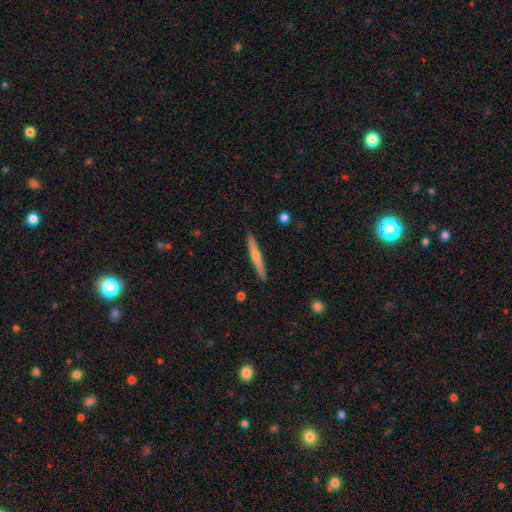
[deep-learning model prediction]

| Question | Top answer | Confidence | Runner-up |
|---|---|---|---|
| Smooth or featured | featured or disk | 49% | smooth (45%) |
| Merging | none | 91% | minor disturbance (7%) |